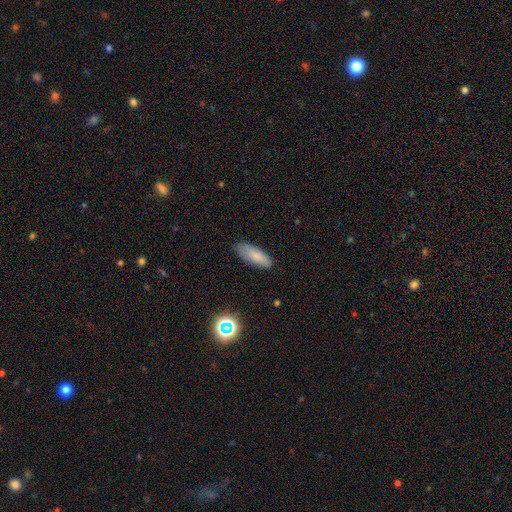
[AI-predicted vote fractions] This is clearly a smooth galaxy (82%). How rounded: likely in between (68%). Merging: clearly none (81%).